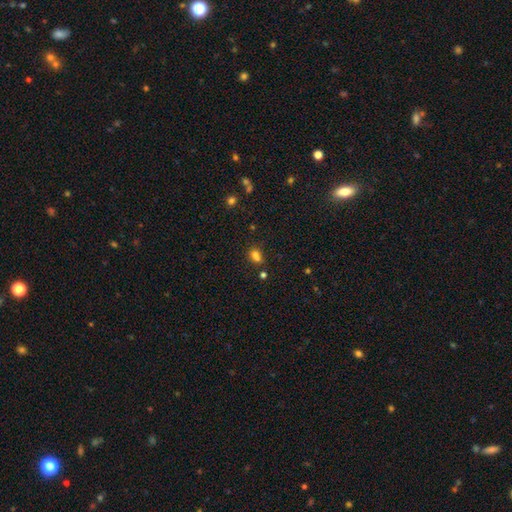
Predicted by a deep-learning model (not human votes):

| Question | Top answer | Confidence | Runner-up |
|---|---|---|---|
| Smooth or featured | smooth | 73% | star or artifact (19%) |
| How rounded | in between | 59% | round (38%) |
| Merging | none | 53% | merger (26%) |